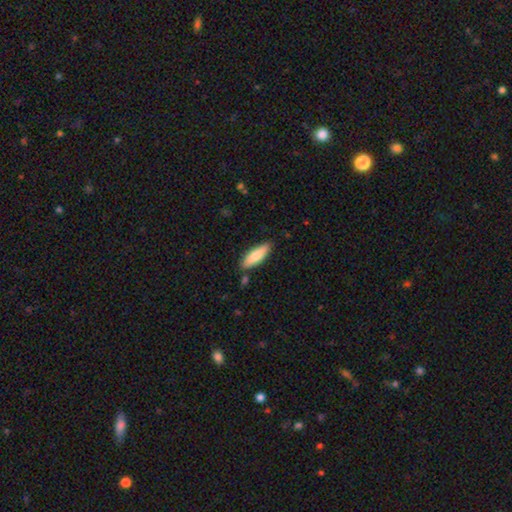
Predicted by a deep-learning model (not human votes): smooth_or_featured: smooth (p=0.75) [alt: featured or disk p=0.20]
how_rounded: cigar-shaped (p=0.52) [alt: in between p=0.46]
merging: none (p=0.84) [alt: minor disturbance p=0.11]